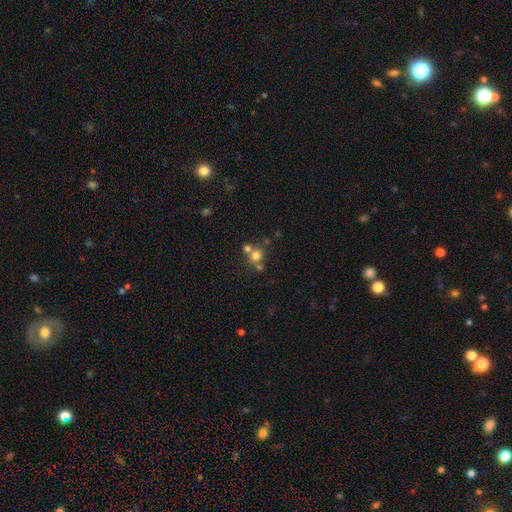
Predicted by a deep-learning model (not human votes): Q: Smooth or featured?
A: smooth (71%); runner-up: star or artifact (17%)
Q: How rounded?
A: round (85%); runner-up: in between (14%)
Q: Merging?
A: none (51%); runner-up: merger (38%)